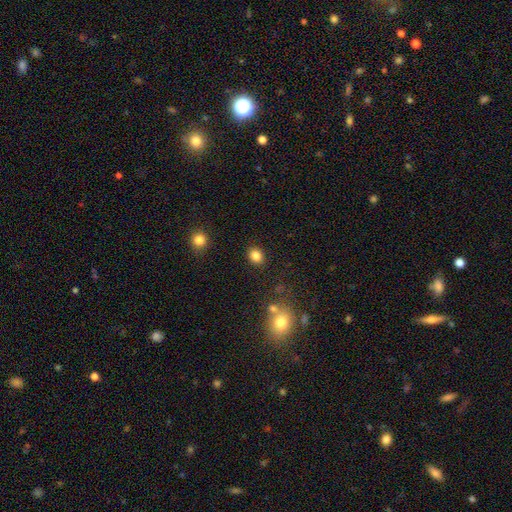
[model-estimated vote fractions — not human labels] smooth_or_featured: smooth (p=0.84) [alt: star or artifact p=0.11]
how_rounded: round (p=0.53) [alt: in between p=0.46]
merging: none (p=0.87) [alt: minor disturbance p=0.08]